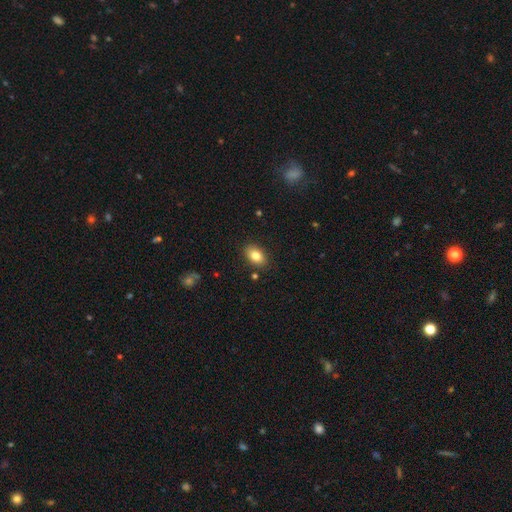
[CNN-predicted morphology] type=smooth (82%); roundness=in between (88%); merging=none (86%).